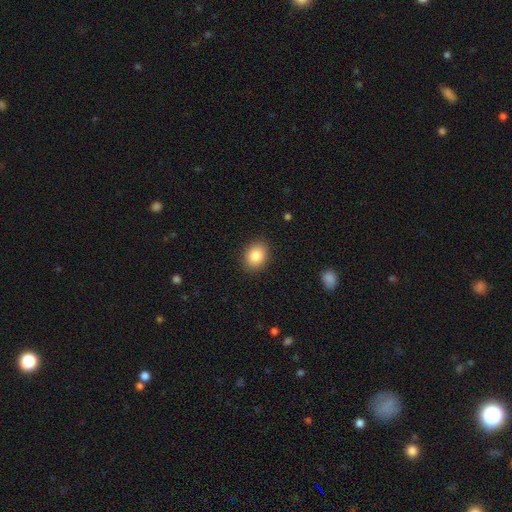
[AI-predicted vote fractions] Smooth or featured?
  - smooth: 85% *
  - star or artifact: 8%
  - featured or disk: 6%
How rounded?
  - in between: 60% *
  - round: 39%
  - cigar-shaped: 1%
Merging?
  - none: 89% *
  - minor disturbance: 8%
  - major disturbance: 2%
  - merger: 1%